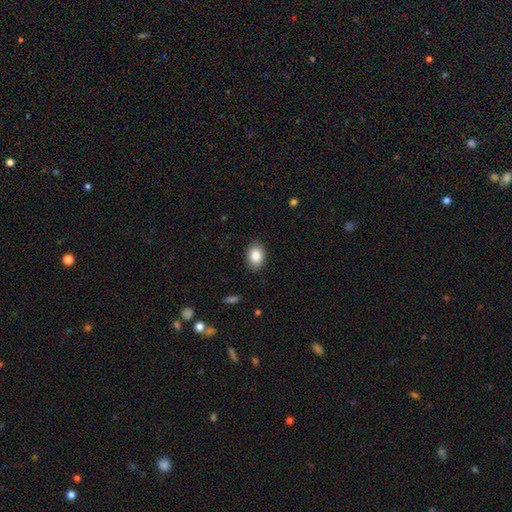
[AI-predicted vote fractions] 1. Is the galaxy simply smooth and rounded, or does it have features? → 86% smooth, 8% star or artifact, 6% featured or disk.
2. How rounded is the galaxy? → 74% in between, 25% round, 1% cigar-shaped.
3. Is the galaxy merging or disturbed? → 88% none, 9% minor disturbance, 2% major disturbance, 1% merger.